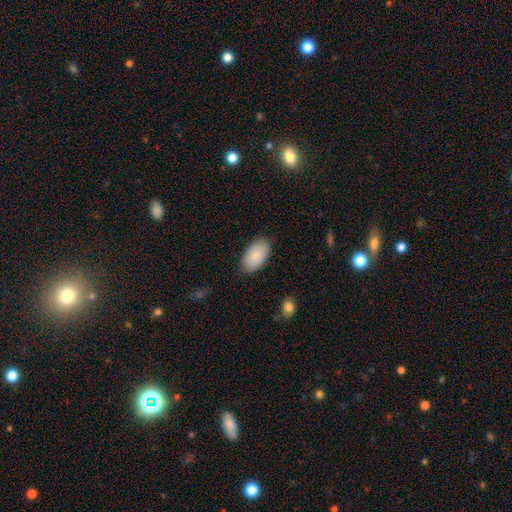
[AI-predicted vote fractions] A smooth galaxy with no disk features (88%) that is in between round and cigar-shaped (95%). Merging: none (85%).